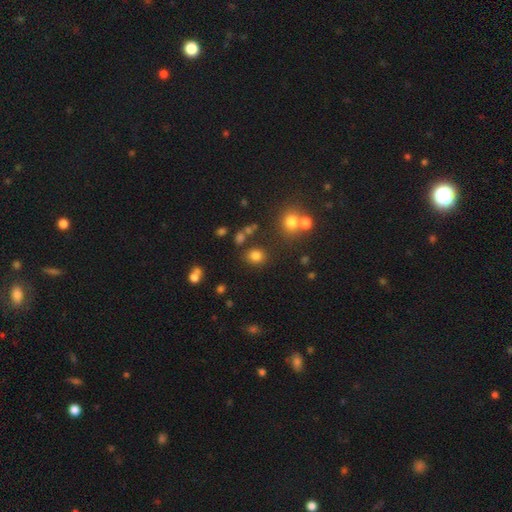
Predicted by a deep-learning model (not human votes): smooth_or_featured: smooth (p=0.78) [alt: star or artifact p=0.16]
how_rounded: round (p=0.75) [alt: in between p=0.24]
merging: none (p=0.78) [alt: minor disturbance p=0.10]